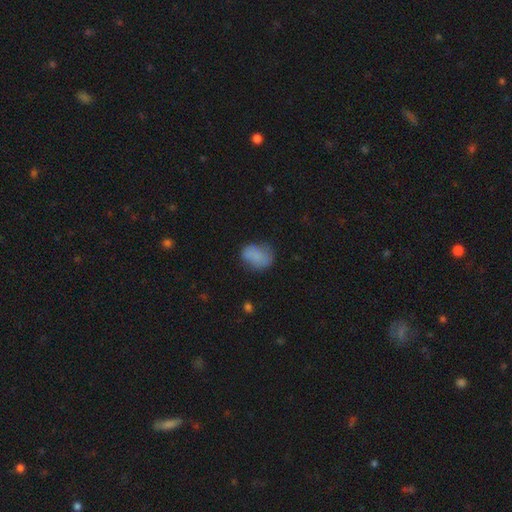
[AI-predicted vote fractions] Smooth or featured: smooth — 77% (featured or disk — 13%)
How rounded: in between — 68% (round — 31%)
Merging: none — 51% (minor disturbance — 32%)